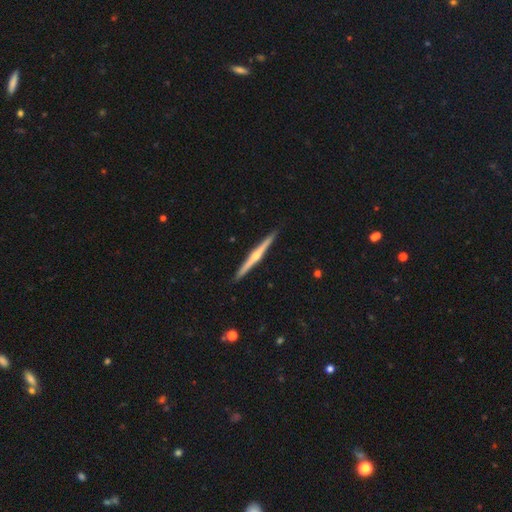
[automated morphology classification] smooth-or-featured: featured or disk: 79% | smooth: 16% | star or artifact: 5%
  disk-edge-on: yes: 99% | no: 1%
    edge-on-bulge: rounded: 81% | none: 13% | boxy: 6%
  merging: none: 92% | minor disturbance: 5% | major disturbance: 1% | merger: 1%